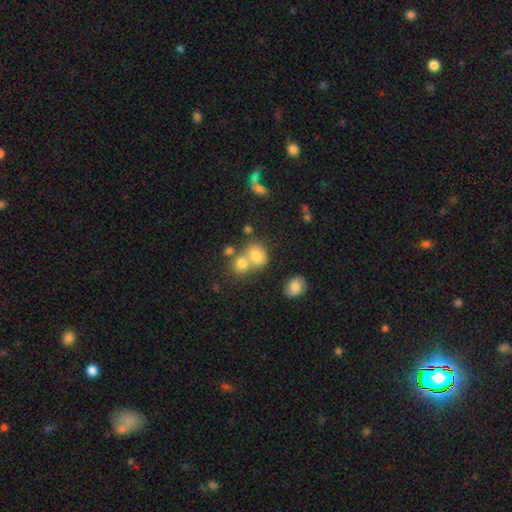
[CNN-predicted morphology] Smooth or featured: smooth — 74% (featured or disk — 13%)
How rounded: round — 62% (in between — 37%)
Merging: merger — 45% (none — 41%)